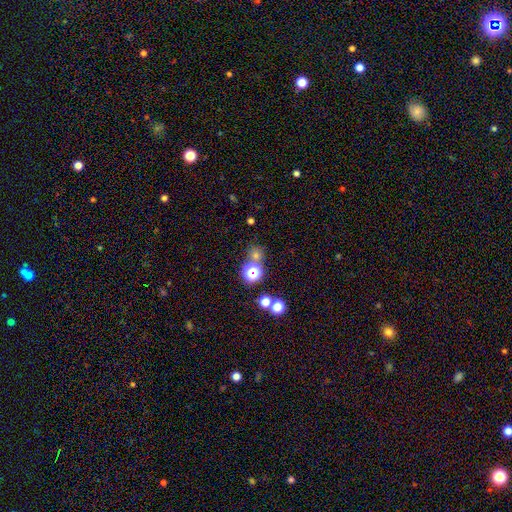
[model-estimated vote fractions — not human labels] Overall: smooth (46%, tied with star or artifact). Merging: none (71%).